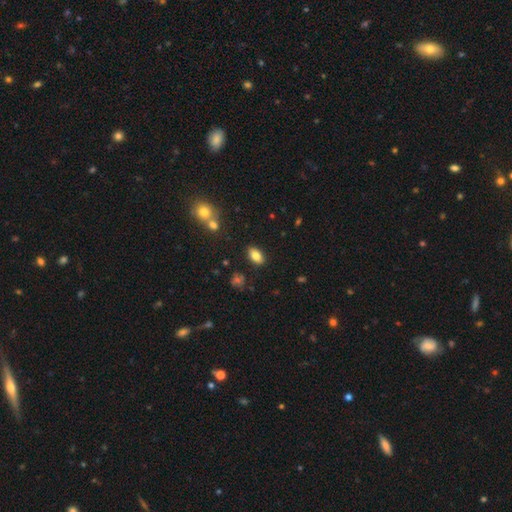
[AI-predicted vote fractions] Morphology: type=smooth (82%); roundness=in between (91%); merging=none (85%).